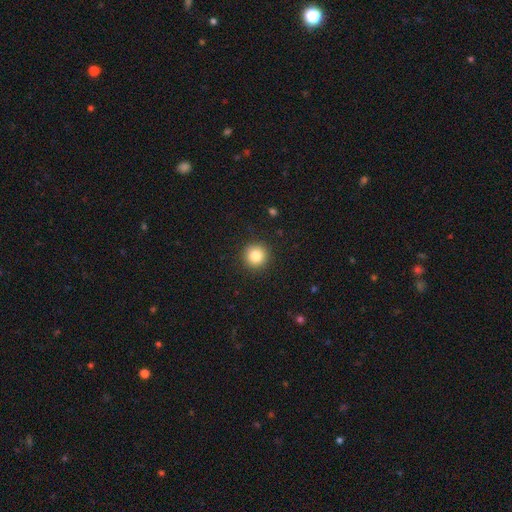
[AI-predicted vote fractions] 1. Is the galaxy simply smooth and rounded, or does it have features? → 84% smooth, 10% star or artifact, 6% featured or disk.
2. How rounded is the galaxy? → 95% round, 4% in between, 1% cigar-shaped.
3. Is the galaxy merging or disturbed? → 92% none, 5% minor disturbance, 2% major disturbance, 1% merger.